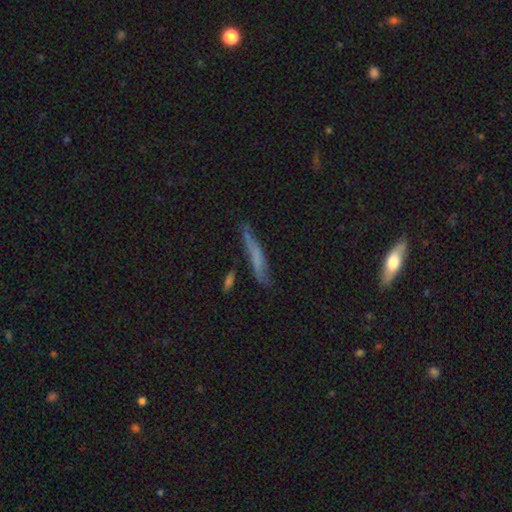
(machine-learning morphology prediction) smooth_or_featured: smooth (p=0.50) [alt: featured or disk p=0.40]
how_rounded: cigar-shaped (p=0.92) [alt: in between p=0.05]
merging: none (p=0.73) [alt: minor disturbance p=0.19]